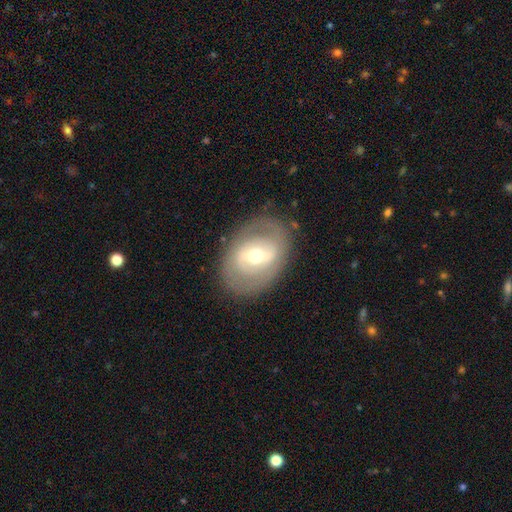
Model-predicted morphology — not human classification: Overall: featured or disk (65%; smooth 29%). Edge-on disk: no (94%). Bar: weak (41%; no 31%). Spiral arms: no (52%; yes 48%). Bulge size: moderate (62%; small 30%). Merging: none (81%).